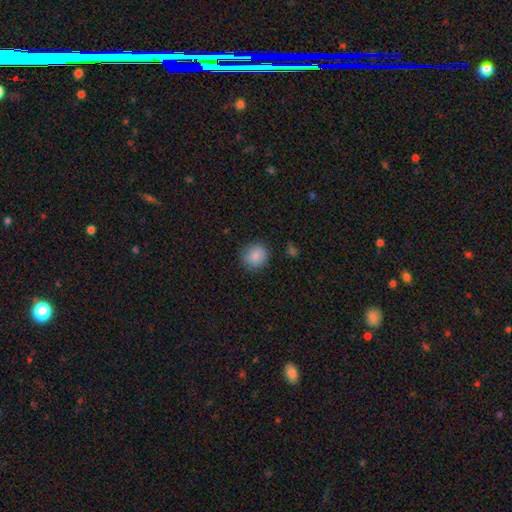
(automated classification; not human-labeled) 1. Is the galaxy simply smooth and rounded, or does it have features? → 87% smooth, 8% star or artifact, 4% featured or disk.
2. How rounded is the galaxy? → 86% round, 13% in between, 1% cigar-shaped.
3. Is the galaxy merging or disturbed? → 86% none, 10% minor disturbance, 3% major disturbance, 1% merger.